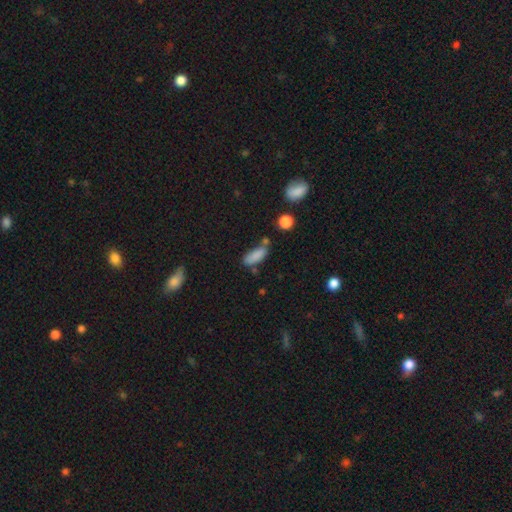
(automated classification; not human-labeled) Overall: smooth (83%). How rounded: in between (71%). Merging: none (55%; minor disturbance 24%).